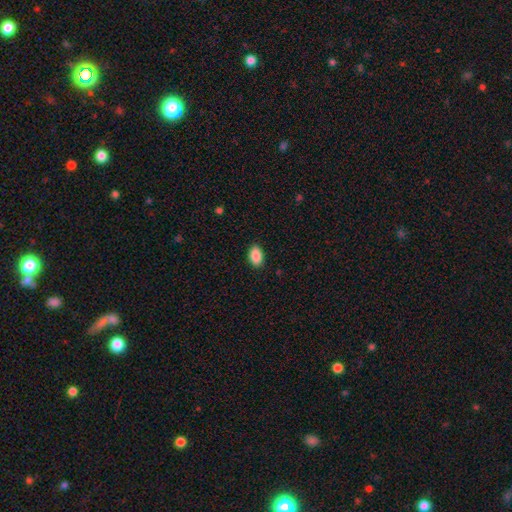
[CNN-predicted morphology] The model was most divided on "merging": none: 89%, minor disturbance: 8%, major disturbance: 2%, merger: 1%. More confident: how rounded — in between (91%); smooth or featured — smooth (89%).